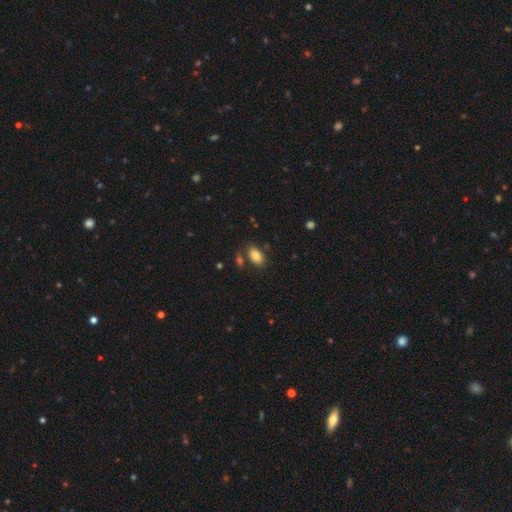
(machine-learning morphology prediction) smooth-or-featured: smooth: 85% | star or artifact: 8% | featured or disk: 7%
  how-rounded: in between: 91% | round: 7% | cigar-shaped: 2%
  merging: none: 77% | minor disturbance: 11% | merger: 8% | major disturbance: 3%